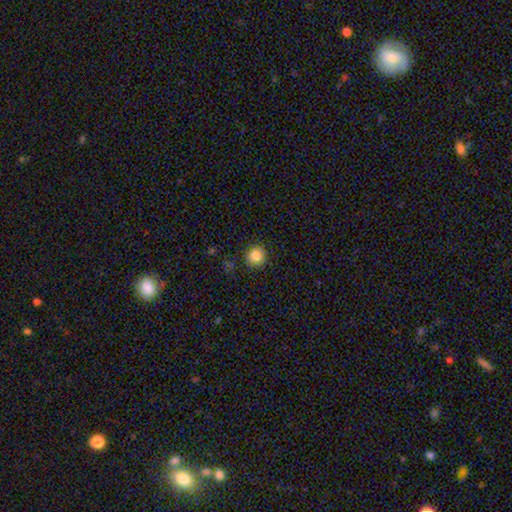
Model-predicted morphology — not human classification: A smooth galaxy with no disk features (85%) that is round (93%). Merging: none (89%).